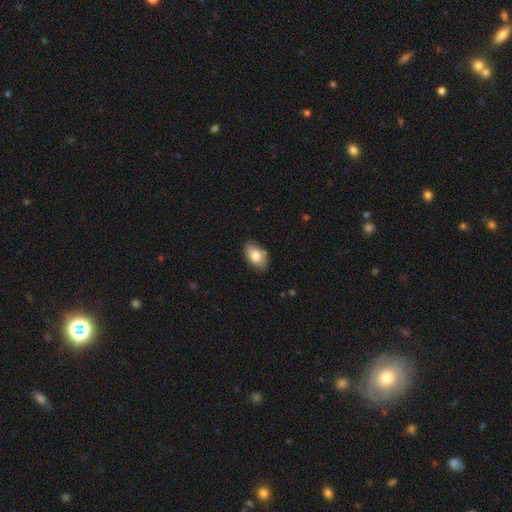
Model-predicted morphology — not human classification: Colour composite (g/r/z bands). It shows a smooth galaxy with no disk features (79%) that is in between round and cigar-shaped (90%). Merging: none (78%).